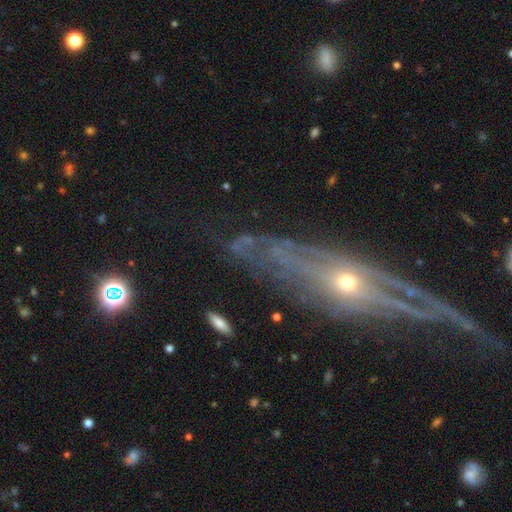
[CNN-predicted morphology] featured or disk 71%, smooth 15%, star or artifact 14%. Down the decision tree: edge-on disk — no (51%); merging — none (71%).